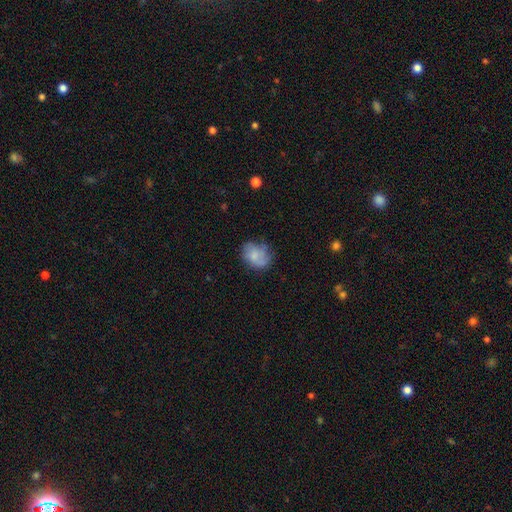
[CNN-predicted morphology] The model was most divided on "how rounded": in between: 56%, round: 42%, cigar-shaped: 1%. More confident: smooth or featured — smooth (62%); merging — none (51%).